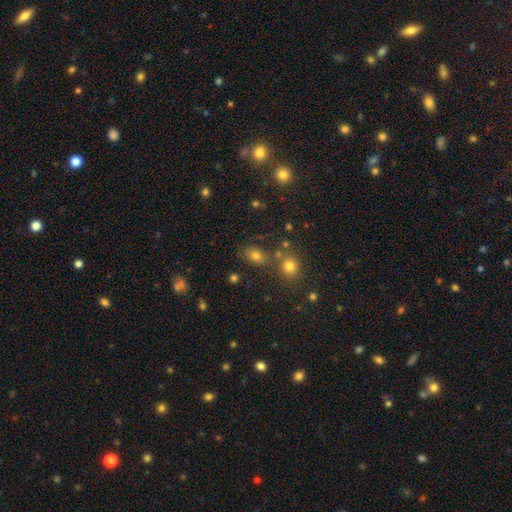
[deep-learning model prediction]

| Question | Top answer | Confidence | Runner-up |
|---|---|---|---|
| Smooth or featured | smooth | 74% | star or artifact (17%) |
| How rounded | in between | 67% | round (31%) |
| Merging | none | 69% | minor disturbance (14%) |